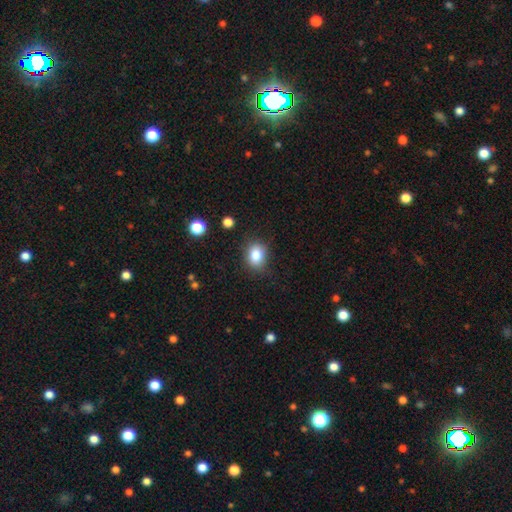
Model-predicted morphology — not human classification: smooth 84%, star or artifact 10%, featured or disk 6%. Down the decision tree: how rounded — in between (54%); merging — none (80%).